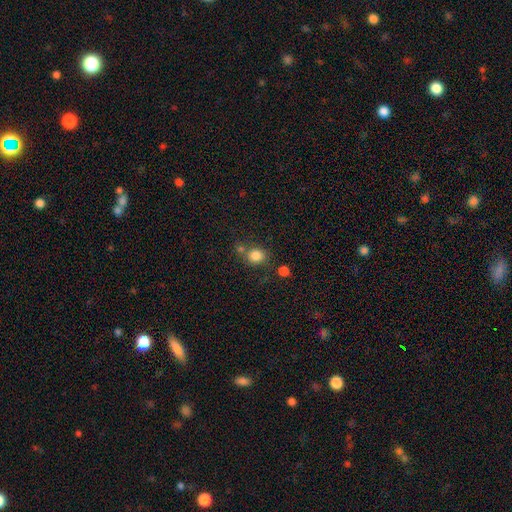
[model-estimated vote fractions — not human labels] This appears to be a smooth galaxy with no disk features (83%) that is round (78%). Merging: none (66%).